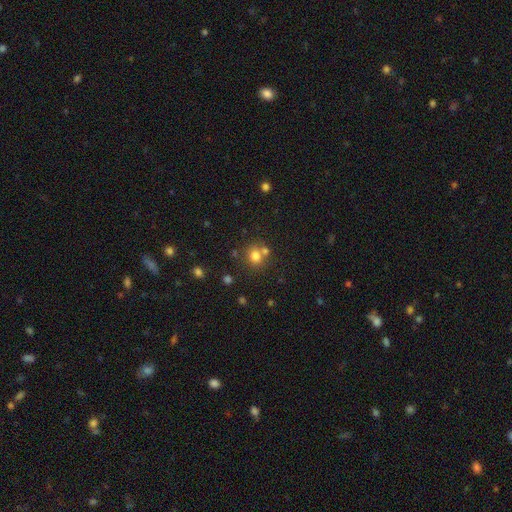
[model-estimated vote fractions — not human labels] Smooth or featured? Predicted: smooth (p=0.76). How rounded? Predicted: round (p=0.80). Merging? Predicted: none (p=0.60).